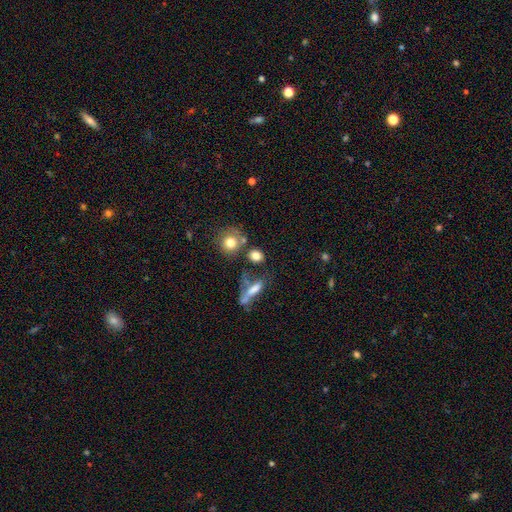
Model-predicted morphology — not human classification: Q: Smooth or featured?
A: smooth (78%); runner-up: star or artifact (12%)
Q: How rounded?
A: round (59%); runner-up: in between (35%)
Q: Merging?
A: none (56%); runner-up: merger (22%)